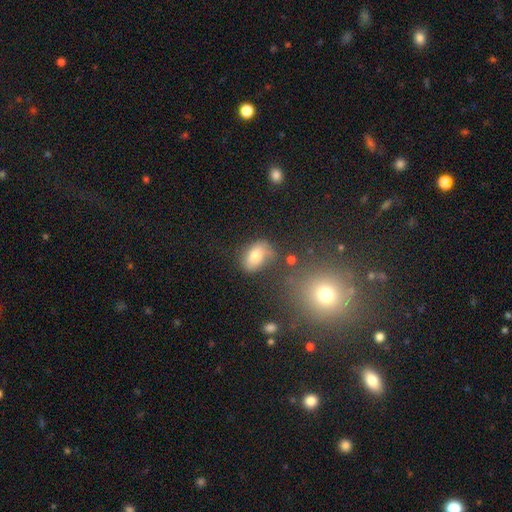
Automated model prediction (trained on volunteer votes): Overall: smooth (73%). How rounded: in between (83%). Merging: none (51%; minor disturbance 27%).